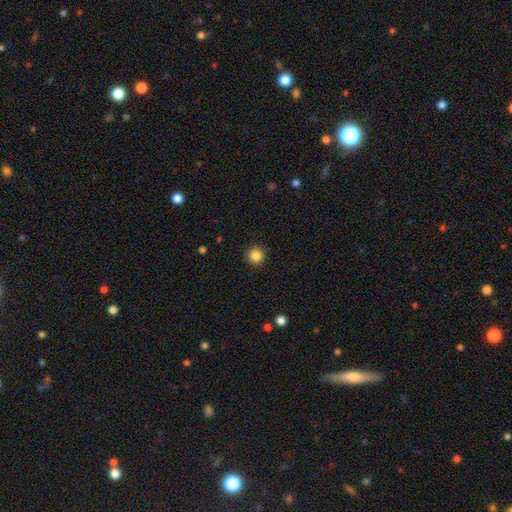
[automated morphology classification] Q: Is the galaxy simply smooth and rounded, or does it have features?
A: smooth — 85%.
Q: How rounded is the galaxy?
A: round — 95%.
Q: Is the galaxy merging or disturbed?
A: none — 92%.